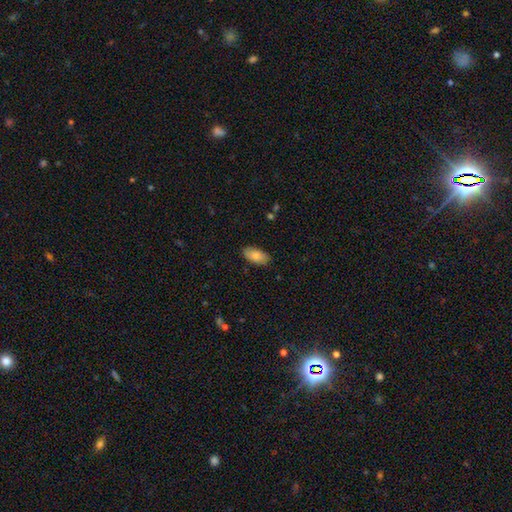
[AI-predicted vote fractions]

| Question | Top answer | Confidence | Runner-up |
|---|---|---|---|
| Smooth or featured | smooth | 83% | featured or disk (11%) |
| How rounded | in between | 94% | cigar-shaped (4%) |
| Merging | none | 85% | minor disturbance (11%) |